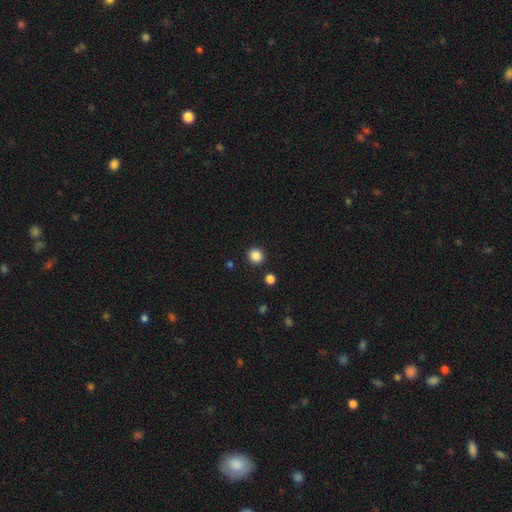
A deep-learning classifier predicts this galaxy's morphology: Smooth or featured? Predicted: smooth (p=0.86). How rounded? Predicted: round (p=0.91). Merging? Predicted: none (p=0.90).